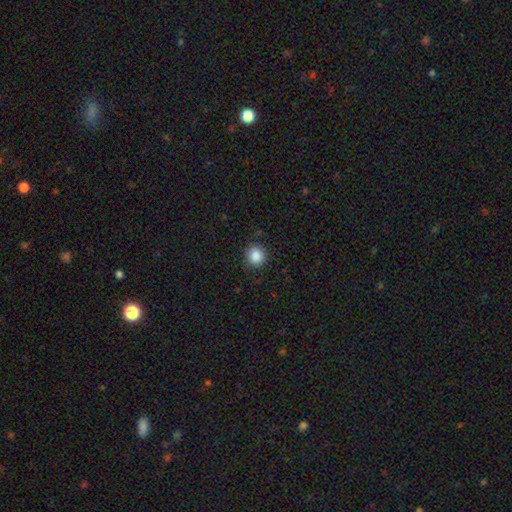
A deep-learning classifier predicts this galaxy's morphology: A smooth galaxy with no disk features (87%) that is round (89%).

Vote fractions:
- Smooth or featured? smooth: 87% / star or artifact: 10% / featured or disk: 3%
- How rounded? round: 89% / in between: 10% / cigar-shaped: 1%
- Merging? none: 89% / minor disturbance: 8% / major disturbance: 2% / merger: 1%